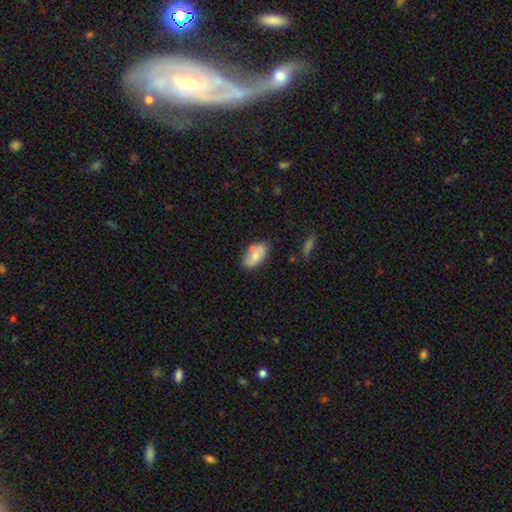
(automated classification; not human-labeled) Smooth or featured? Predicted: smooth (p=0.66). How rounded? Predicted: in between (p=0.92). Merging? Predicted: none (p=0.64).